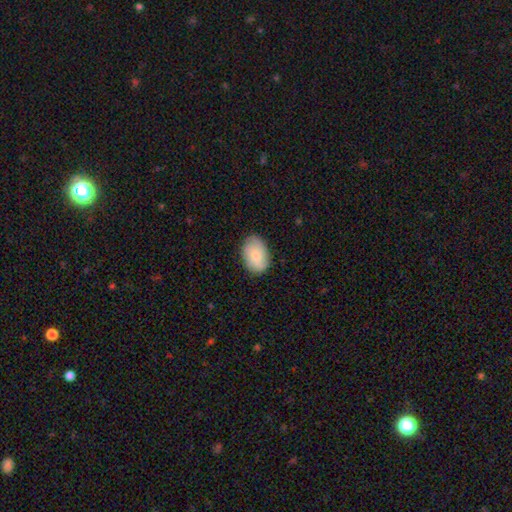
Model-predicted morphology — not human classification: smooth-or-featured: smooth: 66% | featured or disk: 27% | star or artifact: 7%
  how-rounded: in between: 85% | round: 13% | cigar-shaped: 1%
  merging: none: 80% | minor disturbance: 15% | major disturbance: 3% | merger: 1%